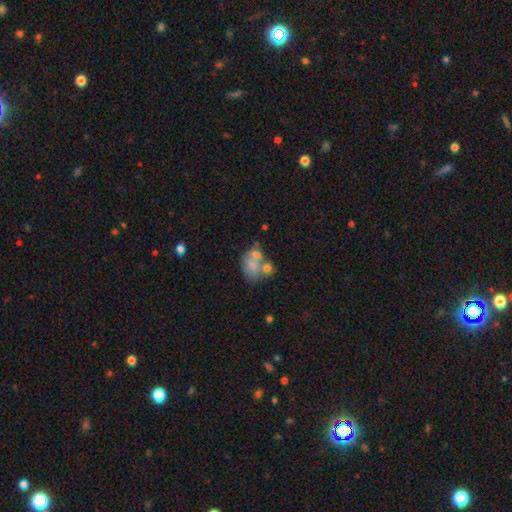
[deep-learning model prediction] Morphology: type=smooth (54%); roundness=in between (63%); merging=merger (45%).